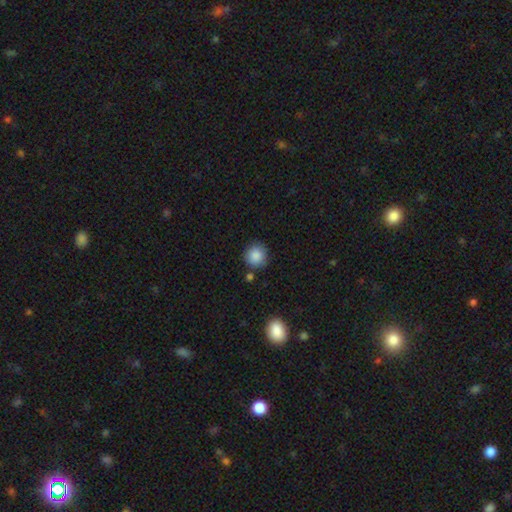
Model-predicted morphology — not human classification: Smooth or featured? Predicted: smooth (p=0.87). How rounded? Predicted: round (p=0.92). Merging? Predicted: none (p=0.82).